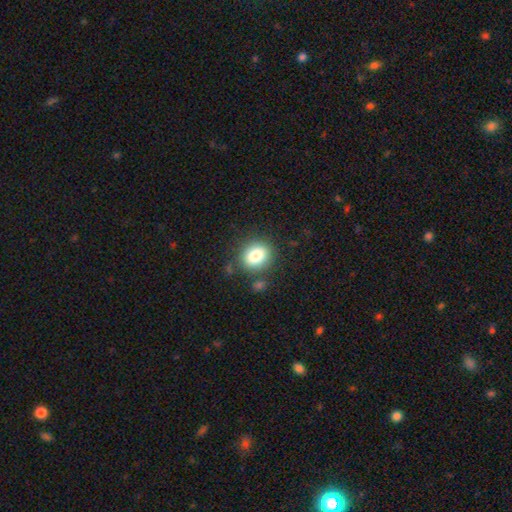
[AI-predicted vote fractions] smooth_or_featured: smooth (p=0.82) [alt: star or artifact p=0.10]
how_rounded: round (p=0.66) [alt: in between p=0.33]
merging: none (p=0.81) [alt: minor disturbance p=0.11]